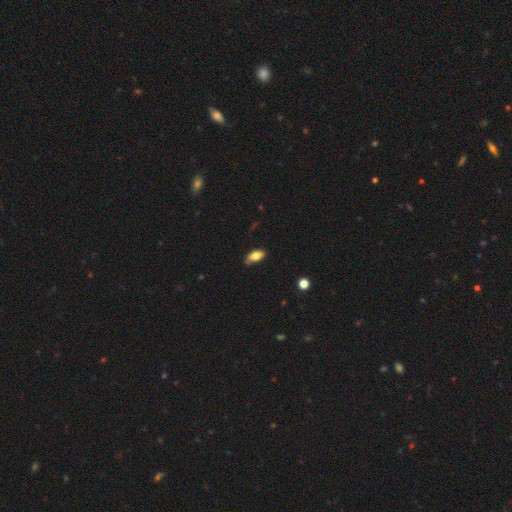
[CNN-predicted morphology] Q: Smooth or featured?
A: smooth (77%); runner-up: featured or disk (15%)
Q: How rounded?
A: in between (91%); runner-up: cigar-shaped (6%)
Q: Merging?
A: none (71%); runner-up: minor disturbance (23%)